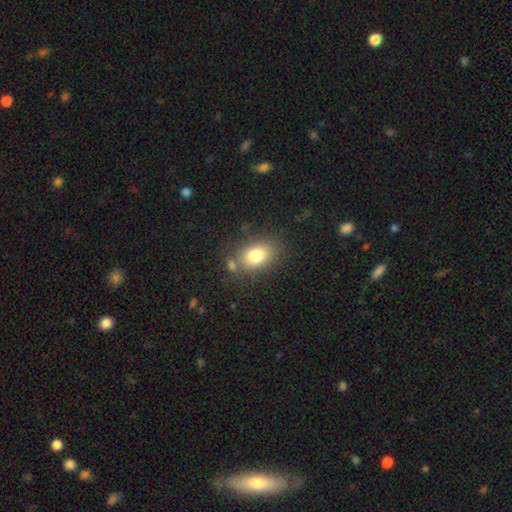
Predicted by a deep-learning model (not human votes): smooth-or-featured: smooth: 80% | featured or disk: 10% | star or artifact: 10%
  how-rounded: in between: 76% | round: 23% | cigar-shaped: 1%
  merging: none: 70% | minor disturbance: 14% | merger: 11% | major disturbance: 5%